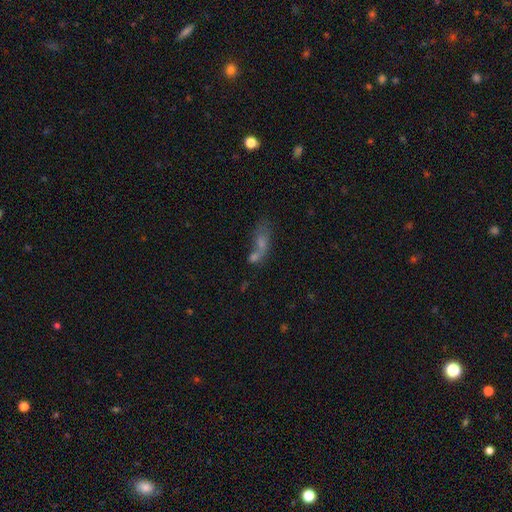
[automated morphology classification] smooth 55%, featured or disk 27%, star or artifact 18%. Down the decision tree: how rounded — in between (62%); merging — merger (52%).